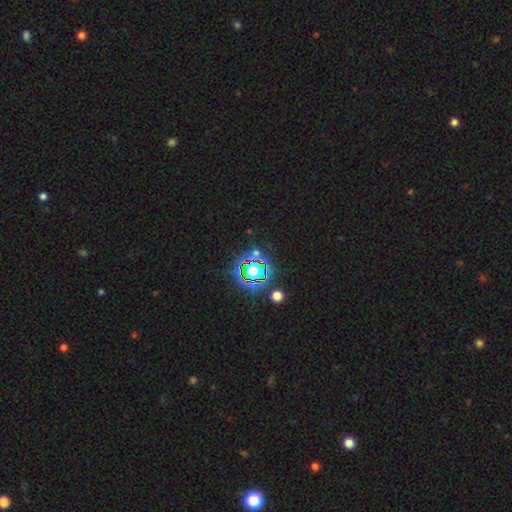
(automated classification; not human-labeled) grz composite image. It shows a star or artifact, not a galaxy (74%).